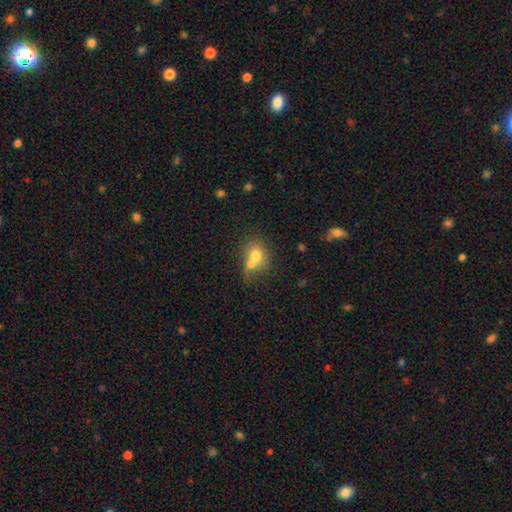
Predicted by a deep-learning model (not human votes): This appears to be a smooth galaxy with no disk features (70%) that is round (62%). Merging: merger (65%).